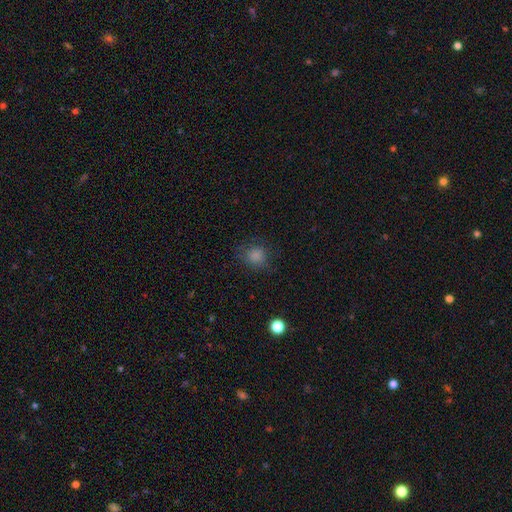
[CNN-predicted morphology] Smooth or featured? Predicted: smooth (p=0.82). How rounded? Predicted: round (p=0.84). Merging? Predicted: none (p=0.77).